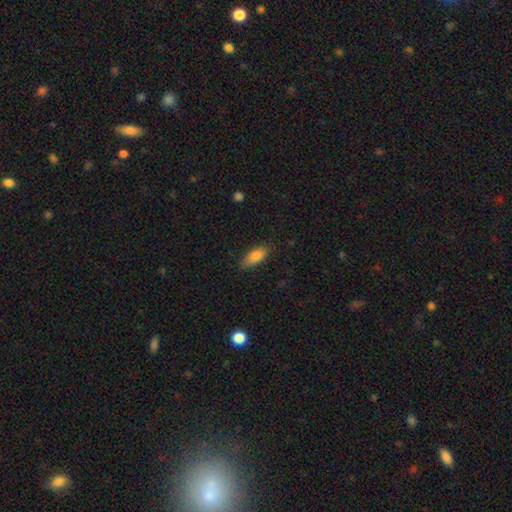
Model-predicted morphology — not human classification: Smooth or featured? Predicted: smooth (p=0.84). How rounded? Predicted: in between (p=0.83). Merging? Predicted: none (p=0.81).